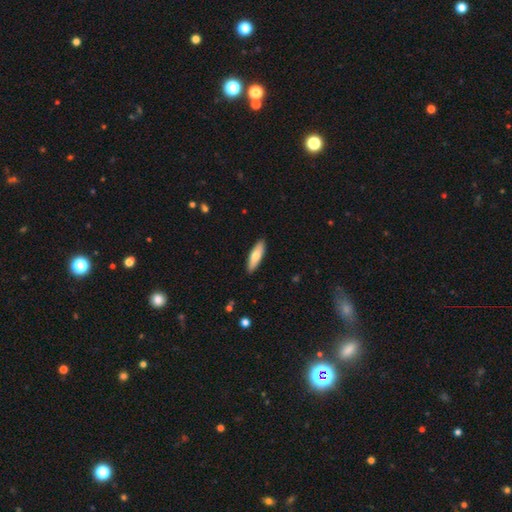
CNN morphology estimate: The model was most divided on "how rounded": cigar-shaped: 57%, in between: 42%, round: 2%. More confident: merging — none (90%); smooth or featured — smooth (70%).